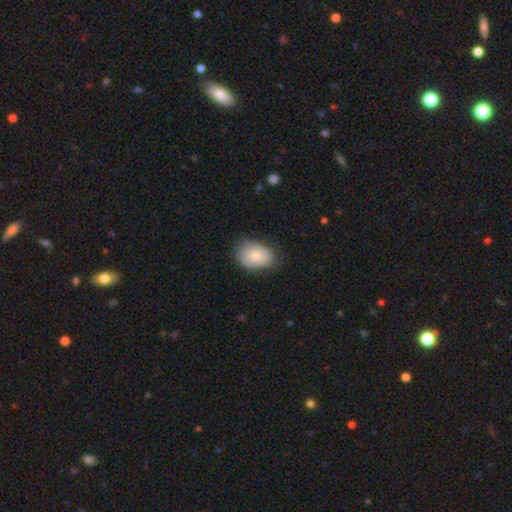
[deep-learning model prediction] This appears to be a smooth galaxy with no disk features (78%) that is in between round and cigar-shaped (76%). Merging: none (70%).